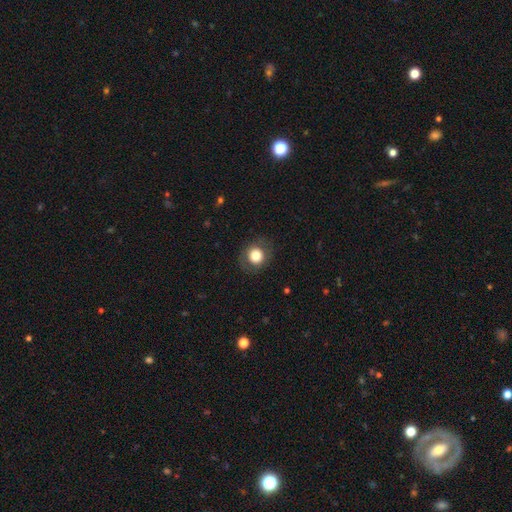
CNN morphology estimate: A smooth galaxy with no disk features (79%) that is round (83%). Merging: none (85%).